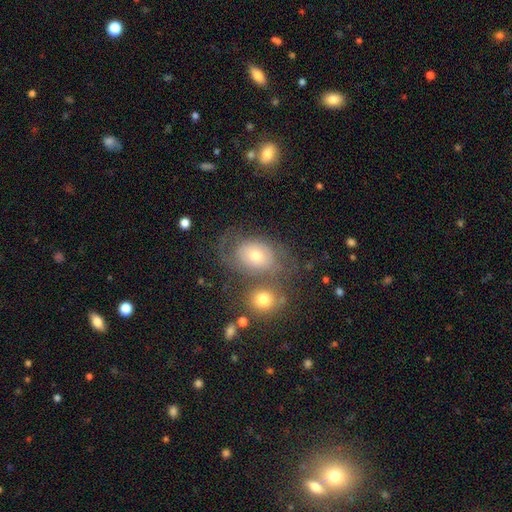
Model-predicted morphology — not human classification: Smooth or featured? smooth (46%)
Merging? none (46%)